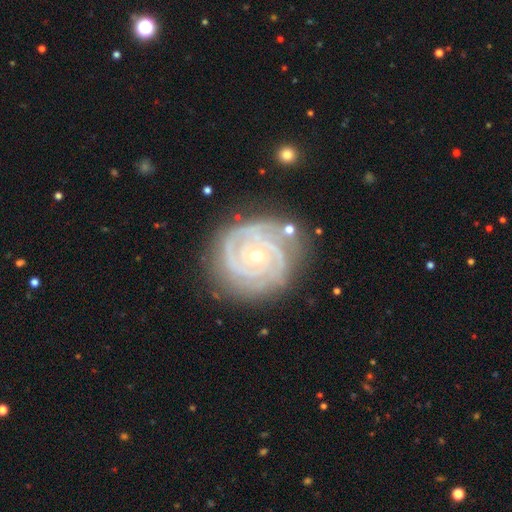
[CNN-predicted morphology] Smooth or featured: featured or disk — 90% (star or artifact — 6%)
Edge-on disk: no — 97% (yes — 3%)
Bar: no — 73% (weak — 18%)
Spiral arms: yes — 98% (no — 2%)
Spiral winding: tight — 83% (medium — 15%)
Spiral arm count: 3 — 36% (2 — 27%)
Bulge size: small — 68% (moderate — 29%)
Merging: none — 77% (minor disturbance — 16%)